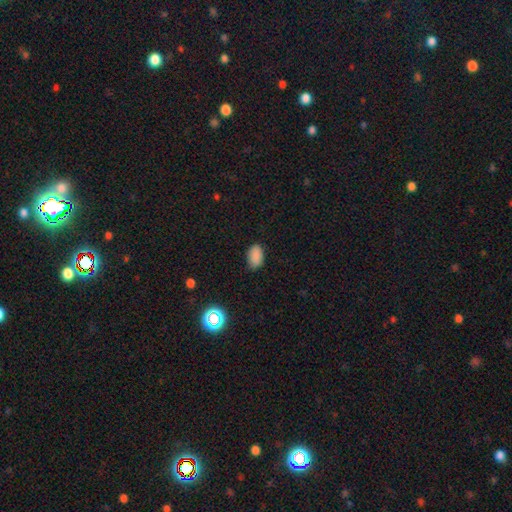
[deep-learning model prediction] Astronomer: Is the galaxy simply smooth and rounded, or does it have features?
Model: smooth — 86%.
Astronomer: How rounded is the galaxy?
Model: in between — 90%.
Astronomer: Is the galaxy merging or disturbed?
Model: none — 82%.